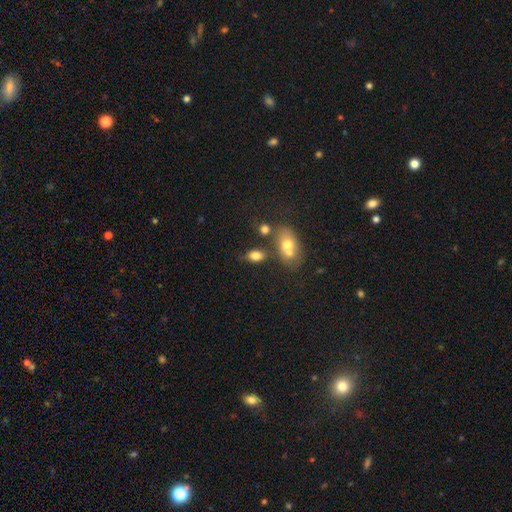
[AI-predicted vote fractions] This is likely a smooth galaxy (77%). How rounded: clearly in between (83%). Merging: possibly none (57%).